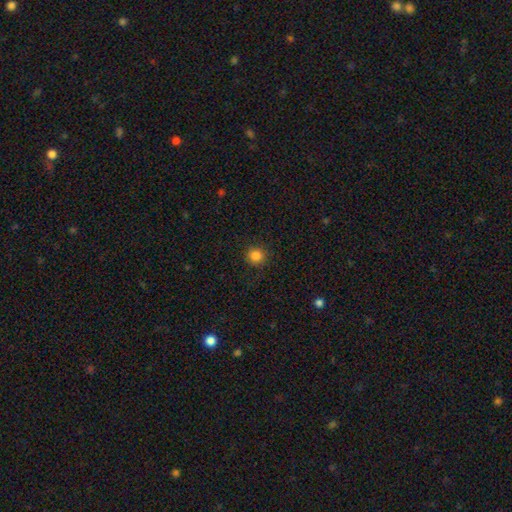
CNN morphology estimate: Smooth or featured? smooth (84%)
How rounded? round (94%)
Merging? none (90%)